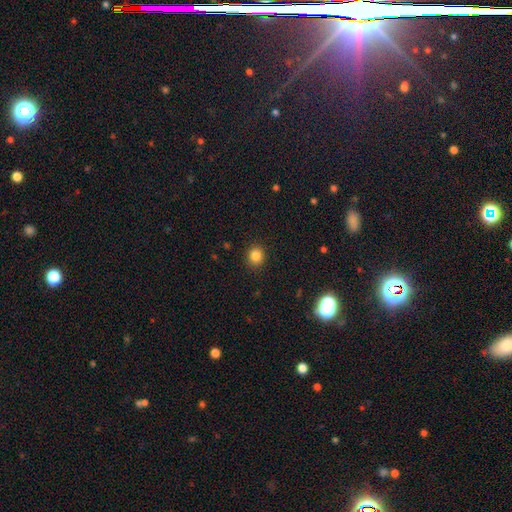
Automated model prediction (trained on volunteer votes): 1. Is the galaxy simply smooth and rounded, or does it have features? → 83% smooth, 12% star or artifact, 5% featured or disk.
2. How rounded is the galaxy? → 82% round, 17% in between, 1% cigar-shaped.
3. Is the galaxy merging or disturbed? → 91% none, 6% minor disturbance, 2% major disturbance, 1% merger.